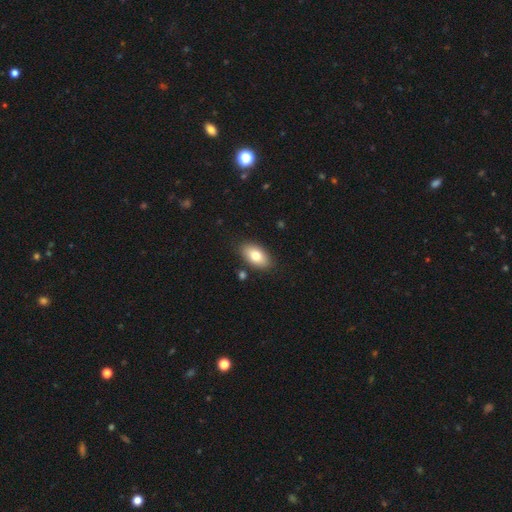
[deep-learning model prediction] Overall: smooth (78%). How rounded: in between (93%). Merging: none (85%).